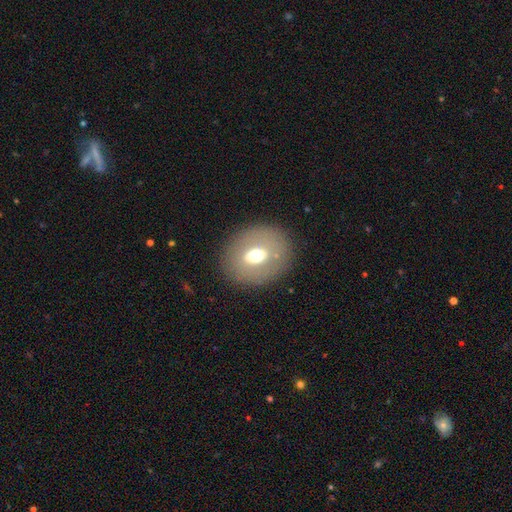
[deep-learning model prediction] Smooth or featured? smooth (56%)
How rounded? round (51%)
Merging? none (84%)